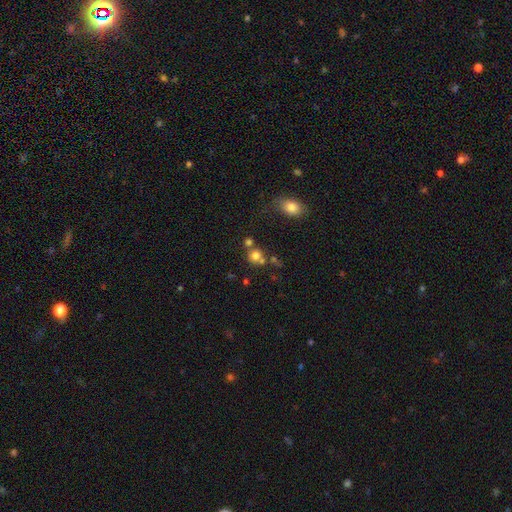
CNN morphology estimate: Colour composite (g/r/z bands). It shows a smooth galaxy with no disk features (74%) that is round (85%). Merging: none (55%).